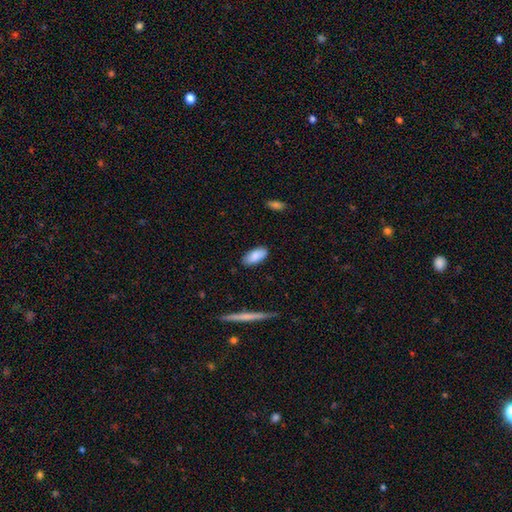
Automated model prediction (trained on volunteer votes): This is clearly a smooth galaxy (85%). How rounded: clearly in between (90%). Merging: clearly none (86%).